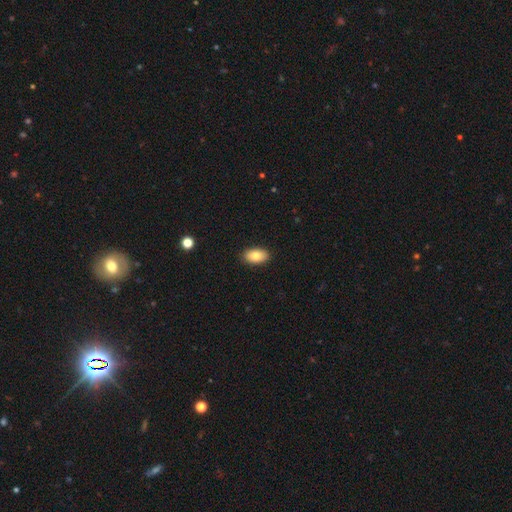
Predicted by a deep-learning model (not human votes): A smooth galaxy with no disk features (83%) that is in between round and cigar-shaped (93%).

Vote fractions:
- Smooth or featured? smooth: 83% / featured or disk: 10% / star or artifact: 7%
- How rounded? in between: 93% / round: 5% / cigar-shaped: 2%
- Merging? none: 90% / minor disturbance: 8% / major disturbance: 2% / merger: 1%